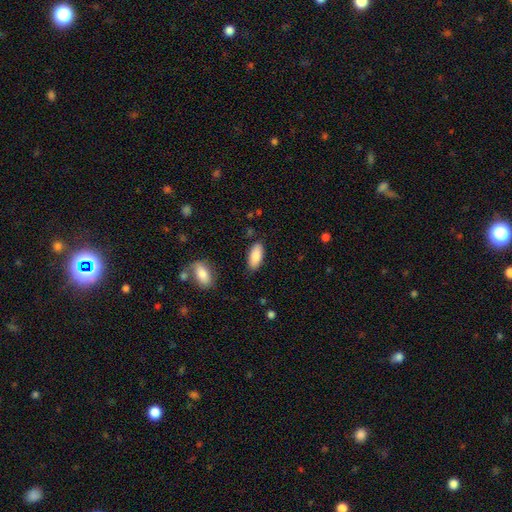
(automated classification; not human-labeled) Smooth or featured? Predicted: smooth (p=0.88). How rounded? Predicted: in between (p=0.85). Merging? Predicted: none (p=0.85).